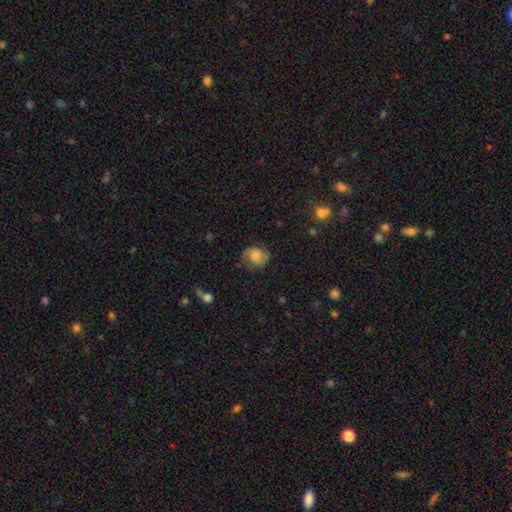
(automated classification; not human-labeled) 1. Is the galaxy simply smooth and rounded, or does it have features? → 61% featured or disk, 30% smooth, 9% star or artifact.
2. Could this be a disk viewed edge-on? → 98% no, 2% yes.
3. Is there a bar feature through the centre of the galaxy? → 64% no, 30% weak, 6% strong.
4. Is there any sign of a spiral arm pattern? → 92% yes, 8% no.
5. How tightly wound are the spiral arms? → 49% medium, 28% tight, 23% loose.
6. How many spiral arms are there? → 87% 2, 7% can't tell, 3% 1, 2% 3, 1% 4, 1% more than 4.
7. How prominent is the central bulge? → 33% small (tied), 33% moderate (tied), 19% none, 12% large, 2% dominant.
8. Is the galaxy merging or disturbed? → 72% none, 19% minor disturbance, 8% major disturbance, 1% merger.